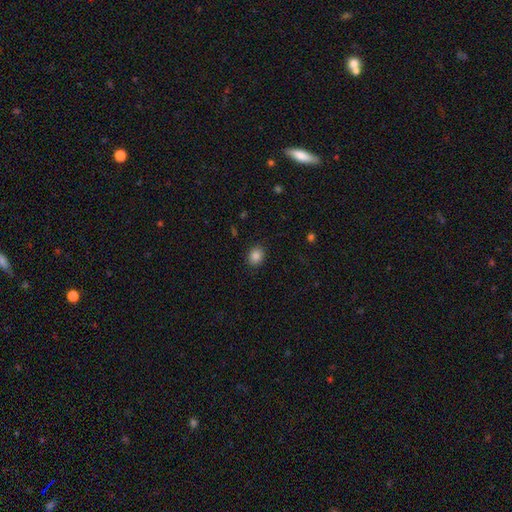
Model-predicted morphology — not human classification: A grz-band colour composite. It shows a smooth galaxy with no disk features (86%) that is round (57%). Merging: none (88%).